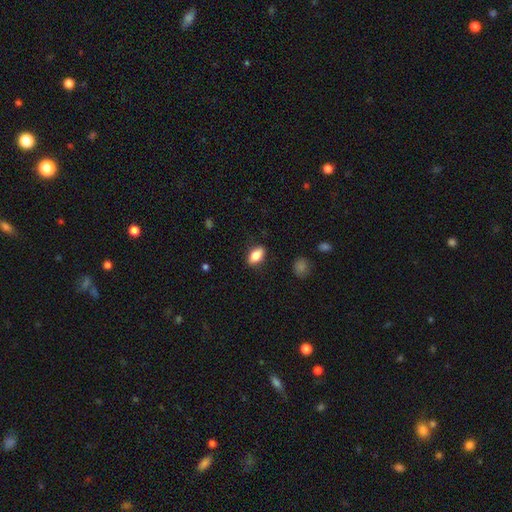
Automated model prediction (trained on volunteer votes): Smooth or featured? smooth (78%)
How rounded? in between (86%)
Merging? none (85%)